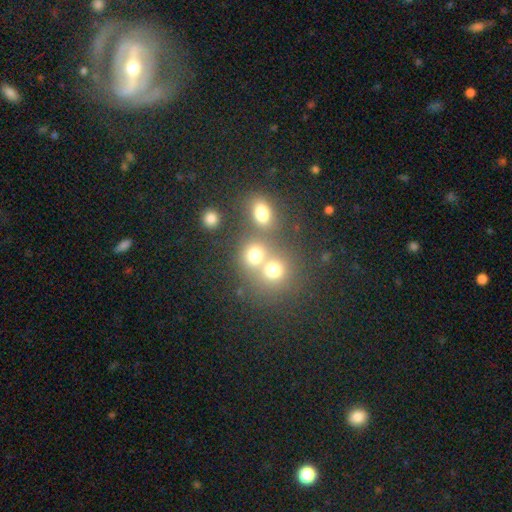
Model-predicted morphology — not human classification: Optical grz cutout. It shows a smooth galaxy with no disk features (73%) that is round (76%). Merging: merger (47%).